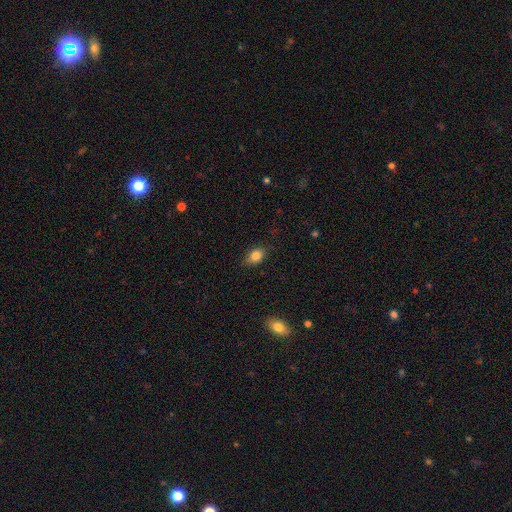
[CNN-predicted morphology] This appears to be a smooth galaxy with no disk features (83%) that is in between round and cigar-shaped (81%). Merging: none (81%).